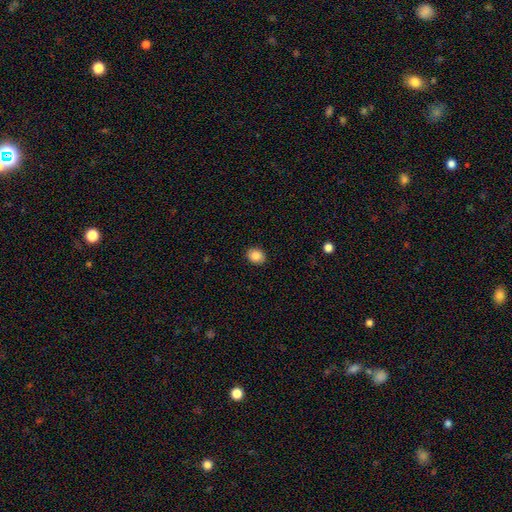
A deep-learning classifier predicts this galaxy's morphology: Overall: smooth (87%). How rounded: in between (50%; round 49%). Merging: none (90%).